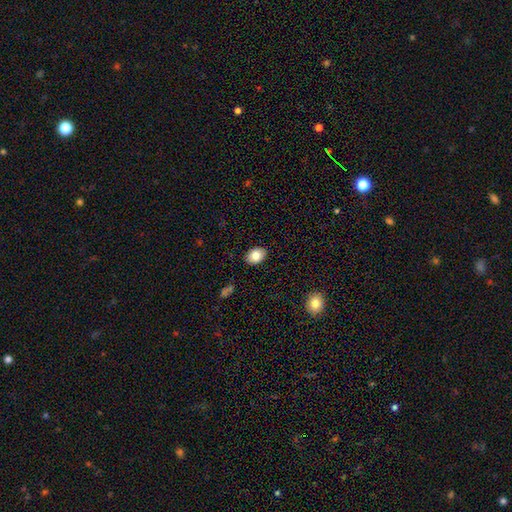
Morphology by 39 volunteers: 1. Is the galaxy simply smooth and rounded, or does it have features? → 72% smooth, 18% featured or disk, 10% star or artifact.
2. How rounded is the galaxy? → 68% in between, 32% round, 0% cigar-shaped.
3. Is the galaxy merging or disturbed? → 89% none, 11% minor disturbance, 0% major disturbance, 0% merger.